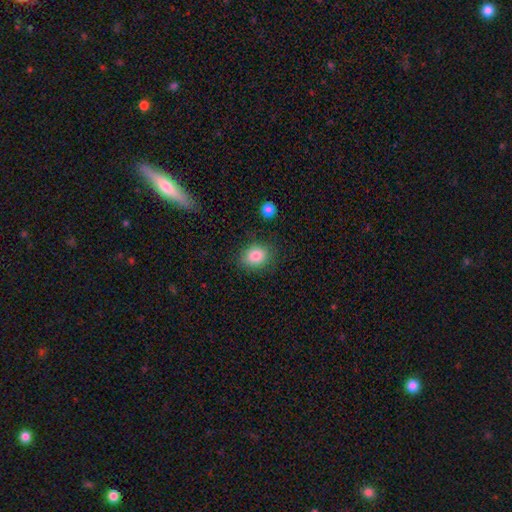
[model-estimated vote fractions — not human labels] This appears to be a smooth galaxy with no disk features (85%) that is round (53%). Merging: none (83%).